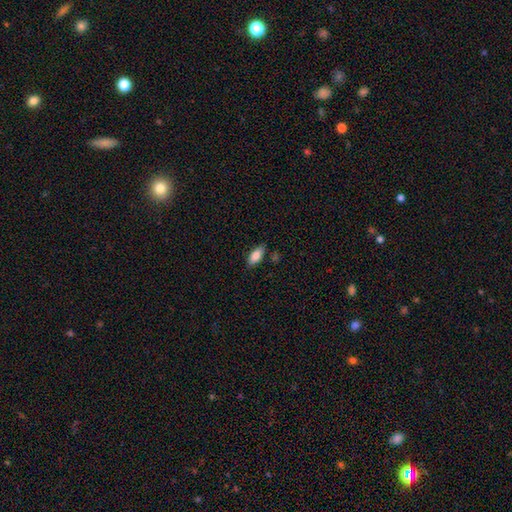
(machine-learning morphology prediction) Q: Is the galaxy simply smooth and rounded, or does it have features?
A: smooth — 83%.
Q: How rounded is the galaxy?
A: in between — 86%.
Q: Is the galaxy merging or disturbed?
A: none — 81%.